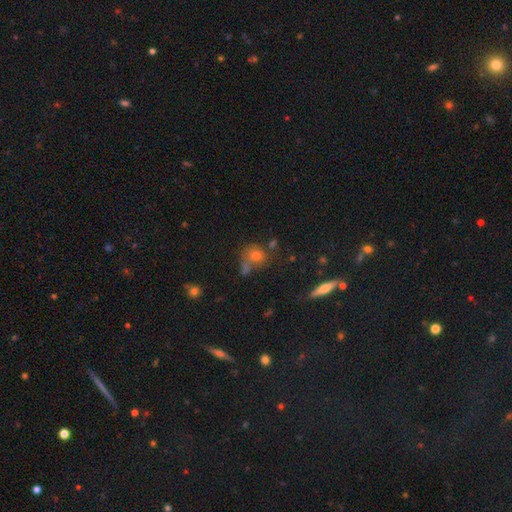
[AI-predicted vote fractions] Smooth or featured?
  - smooth: 60% *
  - star or artifact: 20%
  - featured or disk: 19%
How rounded?
  - round: 71% *
  - in between: 26%
  - cigar-shaped: 3%
Merging?
  - none: 56% *
  - merger: 22%
  - minor disturbance: 15%
  - major disturbance: 8%